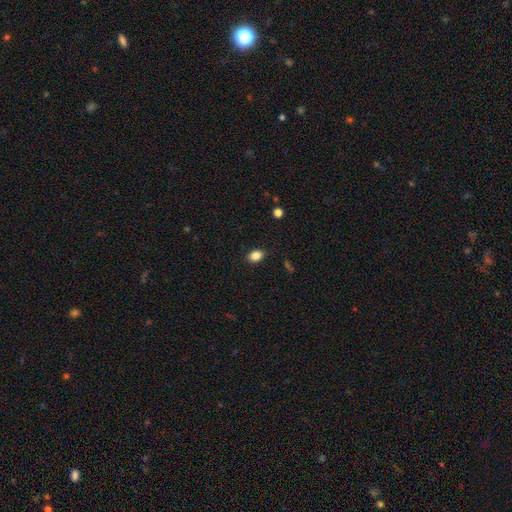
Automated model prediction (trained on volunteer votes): Overall: smooth (86%). How rounded: in between (77%). Merging: none (88%).